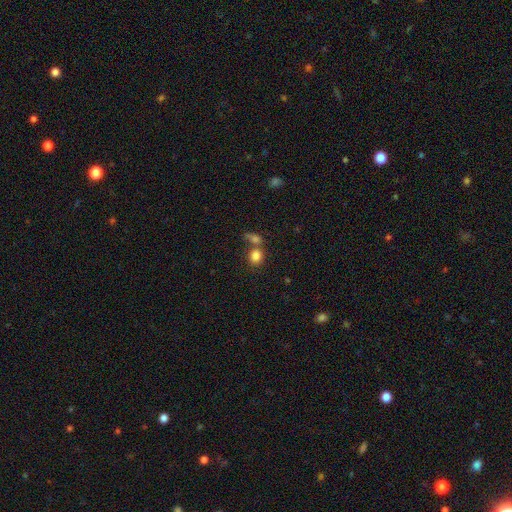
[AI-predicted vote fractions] Smooth or featured: smooth — 82% (star or artifact — 10%)
How rounded: round — 65% (in between — 34%)
Merging: none — 47% (merger — 38%)